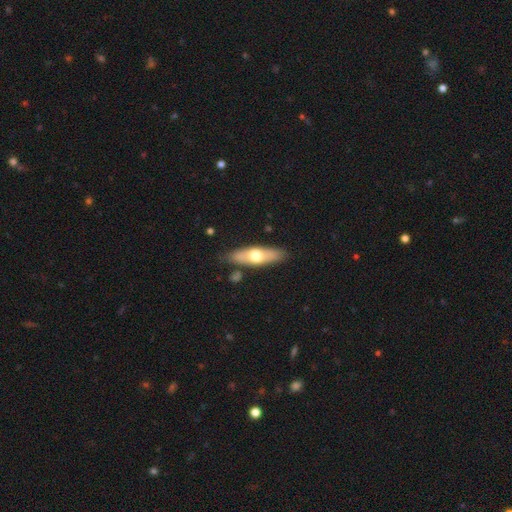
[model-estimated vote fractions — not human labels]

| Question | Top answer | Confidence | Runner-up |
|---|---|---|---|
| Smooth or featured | smooth | 53% | featured or disk (42%) |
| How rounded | cigar-shaped | 54% | in between (44%) |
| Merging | none | 82% | minor disturbance (12%) |